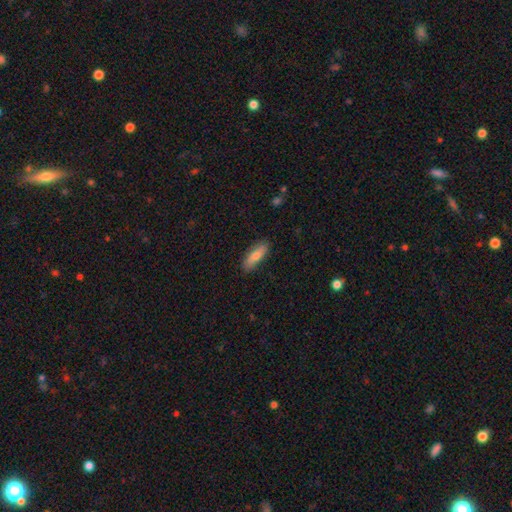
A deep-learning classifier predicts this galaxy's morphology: The model was most divided on "how rounded": in between: 50%, cigar-shaped: 48%, round: 2%. More confident: merging — none (86%); smooth or featured — smooth (74%).